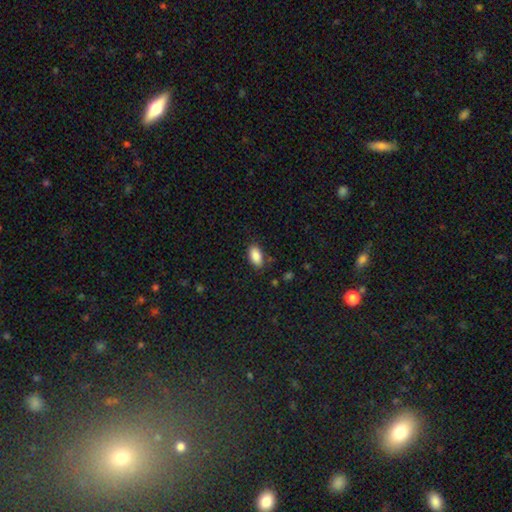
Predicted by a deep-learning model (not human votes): Morphology: type=smooth (88%); roundness=in between (93%); merging=none (82%).